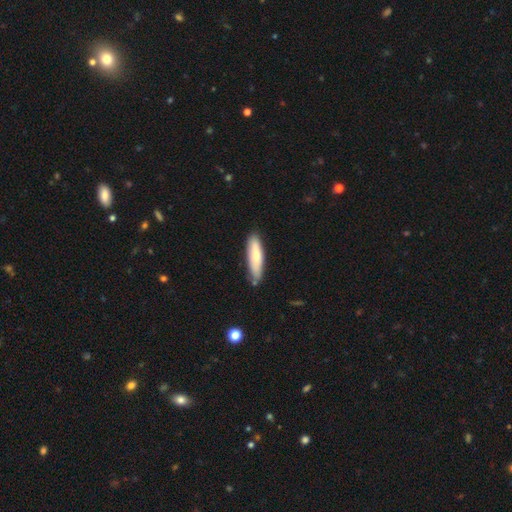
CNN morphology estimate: smooth_or_featured: smooth (p=0.71) [alt: featured or disk p=0.24]
how_rounded: cigar-shaped (p=0.68) [alt: in between p=0.31]
merging: none (p=0.77) [alt: minor disturbance p=0.17]